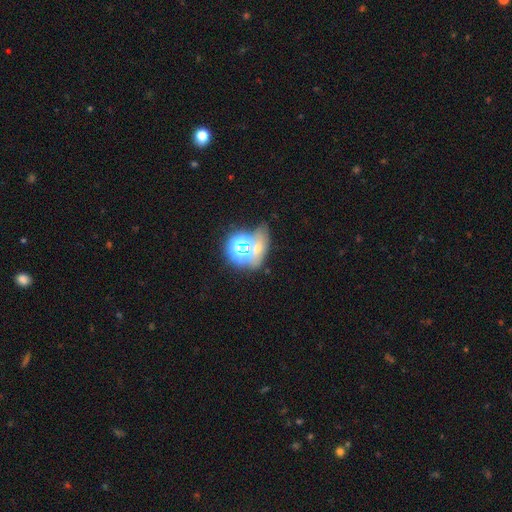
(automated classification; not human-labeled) This is possibly a star or artifact rather than a galaxy (49%).